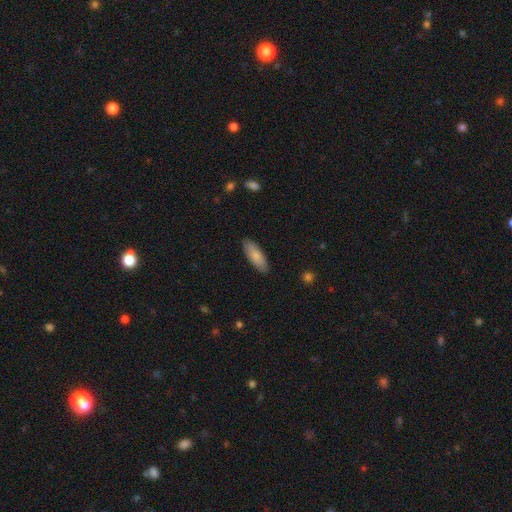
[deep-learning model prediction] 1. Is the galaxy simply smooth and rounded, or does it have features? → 83% smooth, 12% featured or disk, 5% star or artifact.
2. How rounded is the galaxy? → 66% in between, 32% cigar-shaped, 2% round.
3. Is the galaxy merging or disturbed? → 88% none, 9% minor disturbance, 2% major disturbance, 1% merger.